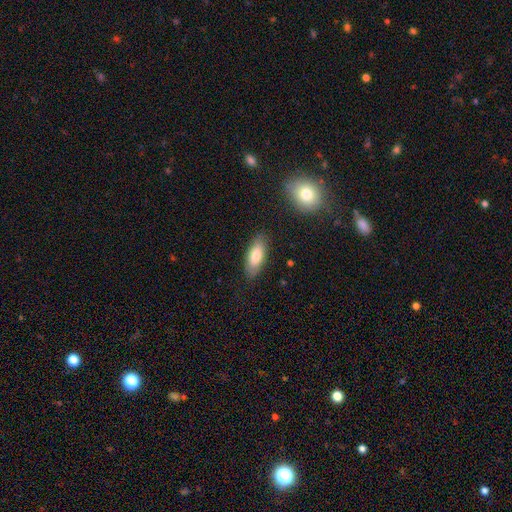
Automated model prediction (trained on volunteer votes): Smooth or featured: smooth — 77% (featured or disk — 16%)
How rounded: in between — 80% (cigar-shaped — 18%)
Merging: none — 84% (minor disturbance — 12%)